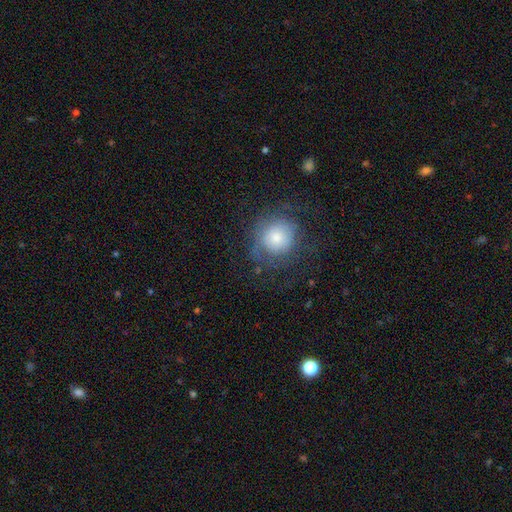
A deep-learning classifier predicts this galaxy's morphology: smooth 51%, star or artifact 25%, featured or disk 24%. Down the decision tree: how rounded — round (90%); merging — none (77%).